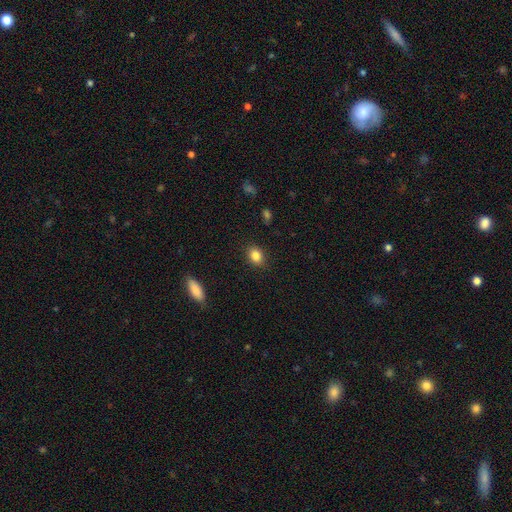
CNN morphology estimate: Smooth or featured? Predicted: smooth (p=0.85). How rounded? Predicted: in between (p=0.59). Merging? Predicted: none (p=0.87).